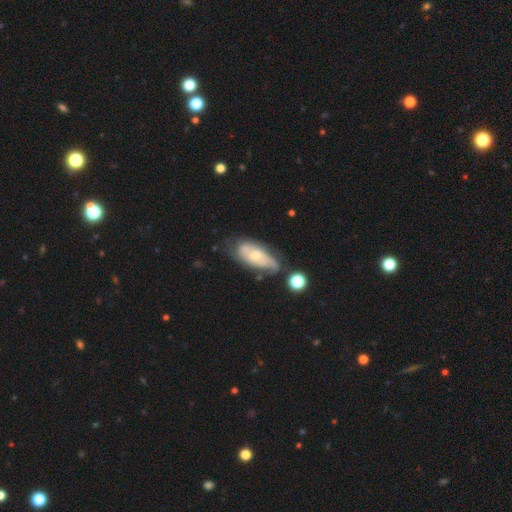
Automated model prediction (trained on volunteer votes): The model was most divided on "bulge size": small: 49%, moderate: 45%, large: 3%, none: 2%, dominant: 1%. Remaining: edge-on disk — no (88%); spiral arms — yes (77%); bar — no (72%); smooth or featured — featured or disk (59%); merging — none (49%).